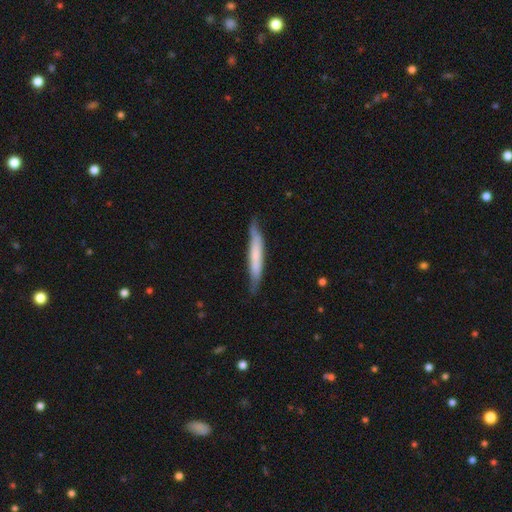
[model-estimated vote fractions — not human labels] This appears to be a smooth galaxy with no disk features (60%) that is cigar-shaped (94%). Merging: none (76%).